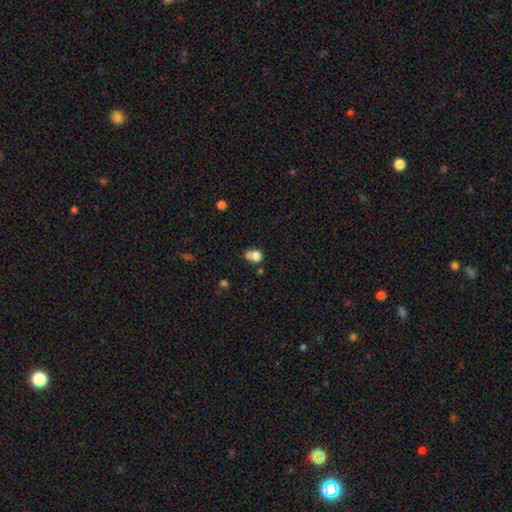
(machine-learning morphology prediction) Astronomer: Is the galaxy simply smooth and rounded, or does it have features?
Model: smooth — 76%.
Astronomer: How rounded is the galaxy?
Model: round — 51% (runner-up: in between, 47%).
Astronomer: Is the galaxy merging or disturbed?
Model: none — 35% (runner-up: merger, 34%).